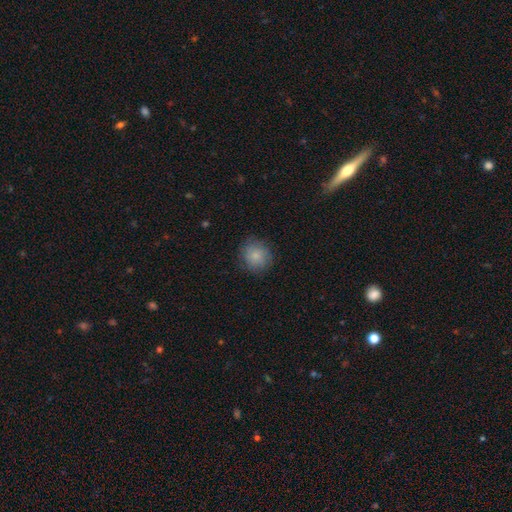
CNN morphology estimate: The model was most divided on "merging": none: 83%, minor disturbance: 13%, major disturbance: 4%, merger: 1%. More confident: how rounded — round (85%); smooth or featured — smooth (83%).